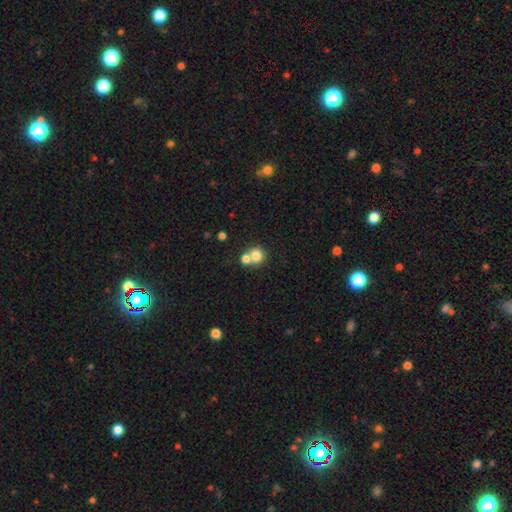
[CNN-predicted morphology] Smooth or featured: smooth — 78% (featured or disk — 11%)
How rounded: round — 83% (in between — 16%)
Merging: merger — 51% (none — 40%)